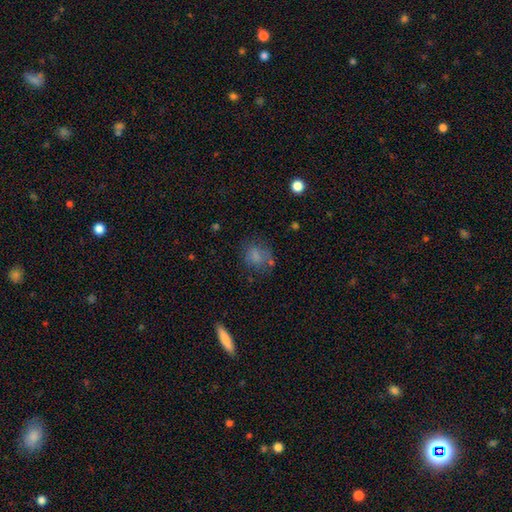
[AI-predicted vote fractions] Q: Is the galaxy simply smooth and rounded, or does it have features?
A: smooth — 73%.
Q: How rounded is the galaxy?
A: round — 57%.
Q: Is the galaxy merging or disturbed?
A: none — 60%.